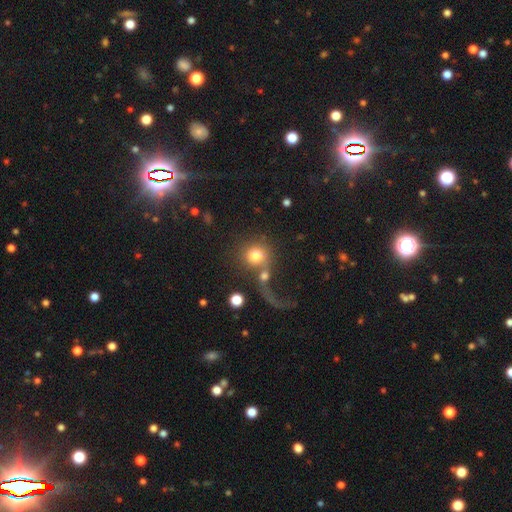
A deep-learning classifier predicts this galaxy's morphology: Overall: smooth (69%). How rounded: round (85%). Merging: merger (40%; none 27%).